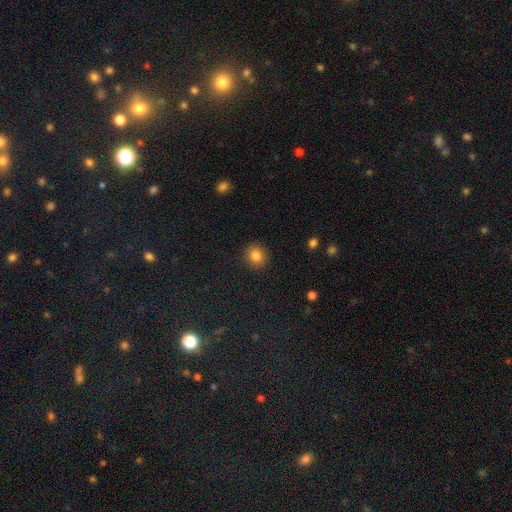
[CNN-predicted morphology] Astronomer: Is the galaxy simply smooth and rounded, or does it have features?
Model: smooth — 83%.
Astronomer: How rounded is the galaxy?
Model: round — 86%.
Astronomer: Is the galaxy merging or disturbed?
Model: none — 91%.